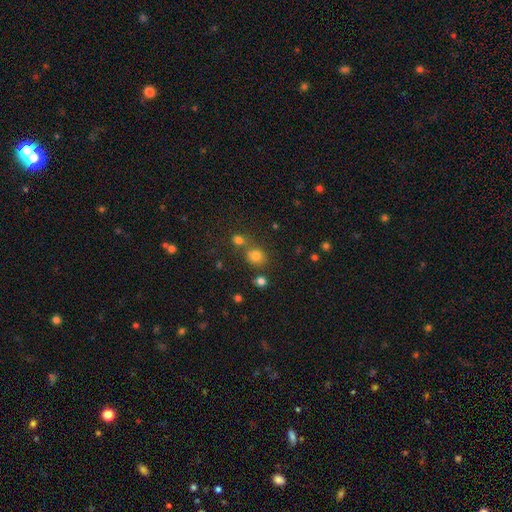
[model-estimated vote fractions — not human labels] smooth-or-featured: smooth: 75% | star or artifact: 17% | featured or disk: 8%
  how-rounded: round: 74% | in between: 25% | cigar-shaped: 1%
  merging: none: 63% | merger: 23% | minor disturbance: 10% | major disturbance: 4%